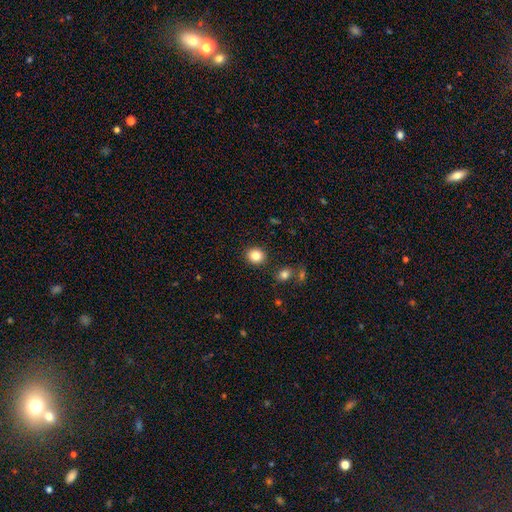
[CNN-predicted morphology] smooth_or_featured: smooth (p=0.84) [alt: star or artifact p=0.10]
how_rounded: round (p=0.78) [alt: in between p=0.21]
merging: none (p=0.89) [alt: minor disturbance p=0.07]